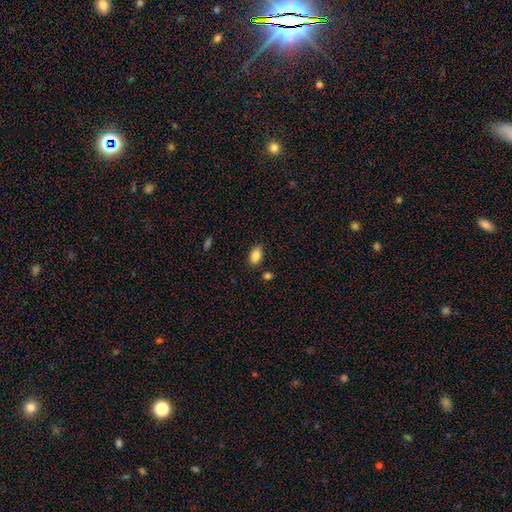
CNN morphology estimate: smooth 87%, star or artifact 8%, featured or disk 5%. Down the decision tree: how rounded — in between (89%); merging — none (80%).